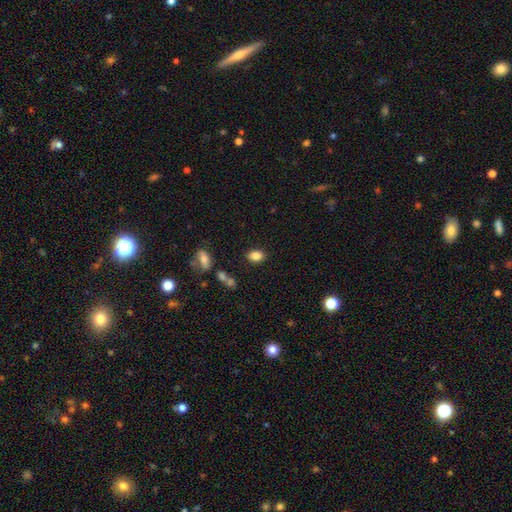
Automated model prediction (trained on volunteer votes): The model was most divided on "how rounded": in between: 79%, round: 20%, cigar-shaped: 2%. More confident: merging — none (84%); smooth or featured — smooth (84%).